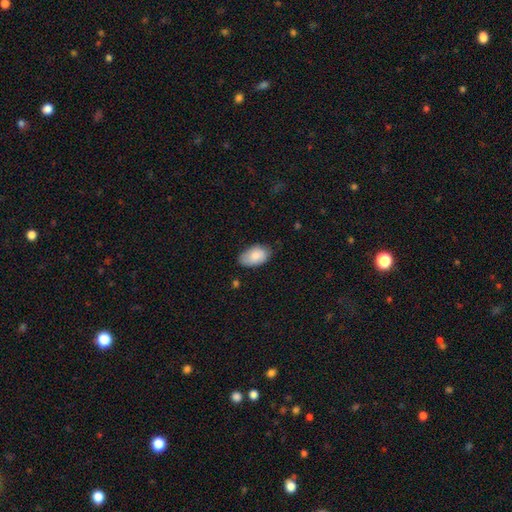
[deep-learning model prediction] Overall: smooth (85%). How rounded: in between (94%). Merging: none (71%).